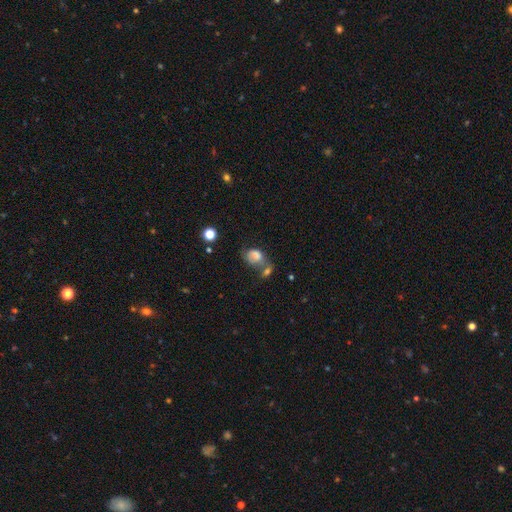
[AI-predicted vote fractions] Smooth or featured?
  - smooth: 69% *
  - featured or disk: 20%
  - star or artifact: 12%
How rounded?
  - in between: 71% *
  - round: 28%
  - cigar-shaped: 1%
Merging?
  - merger: 40% *
  - none: 25%
  - major disturbance: 18%
  - minor disturbance: 17%